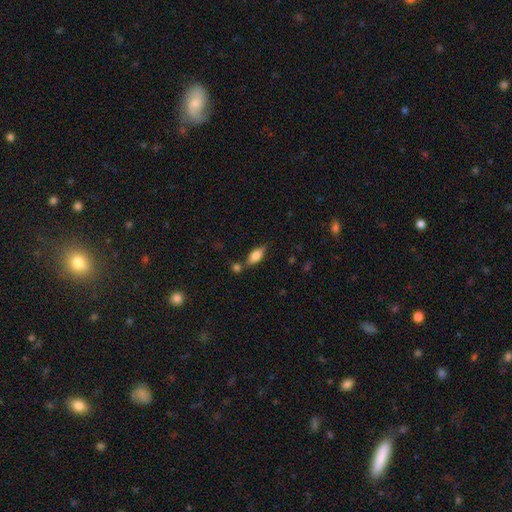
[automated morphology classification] Smooth or featured: smooth — 77% (featured or disk — 15%)
How rounded: in between — 82% (cigar-shaped — 14%)
Merging: none — 62% (merger — 17%)